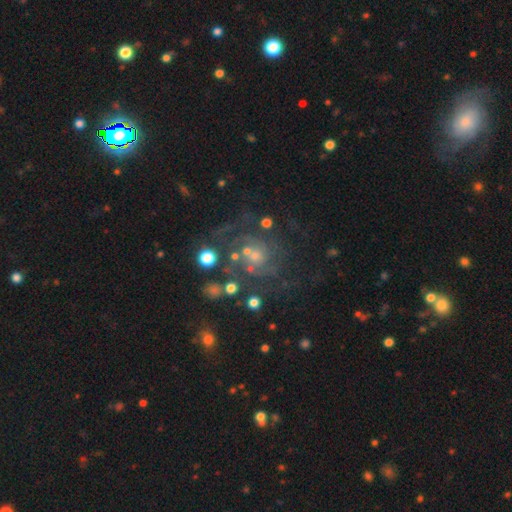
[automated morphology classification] Overall: featured or disk (69%). Edge-on disk: no (98%). Bar: no (77%). Spiral arms: yes (84%). Spiral arm count: can't tell (37%; 2 25%). Spiral winding: tight (47%; medium 38%). Bulge size: small (57%; moderate 27%). Merging: none (55%; major disturbance 20%).